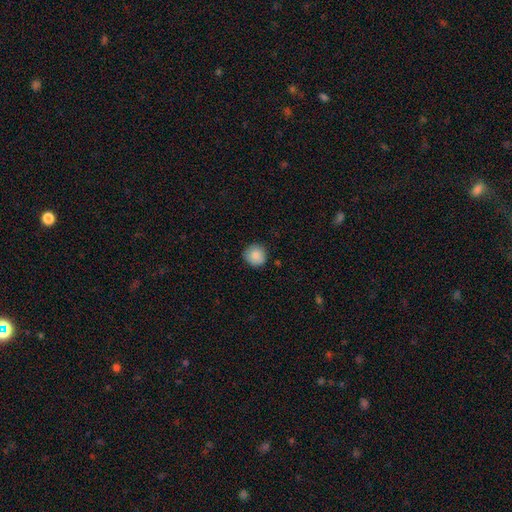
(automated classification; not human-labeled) This is clearly a smooth galaxy (87%). How rounded: clearly round (93%). Merging: clearly none (88%).